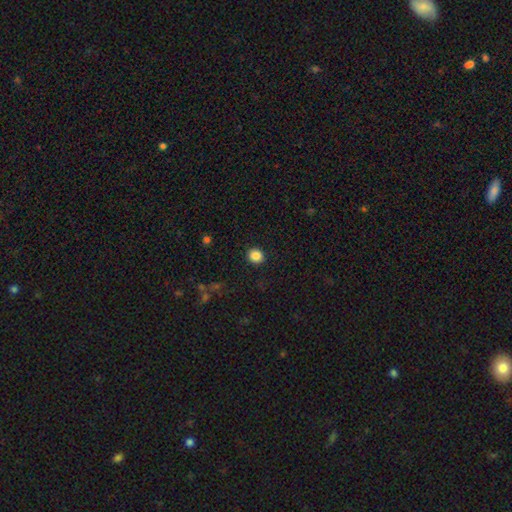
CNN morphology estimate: This is clearly a smooth galaxy (86%). How rounded: likely round (80%). Merging: clearly none (91%).